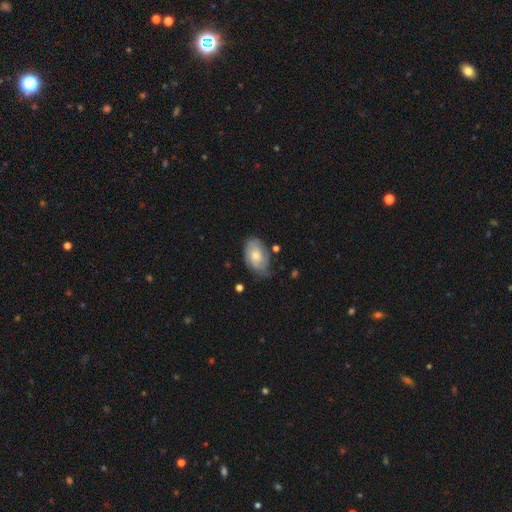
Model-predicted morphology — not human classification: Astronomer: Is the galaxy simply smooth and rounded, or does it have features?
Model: featured or disk — 50% (runner-up: smooth, 43%).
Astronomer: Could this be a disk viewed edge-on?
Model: no — 95%.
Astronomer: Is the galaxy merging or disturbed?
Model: none — 61%.